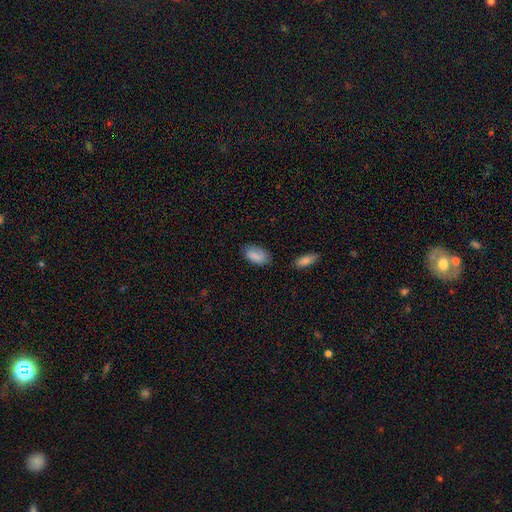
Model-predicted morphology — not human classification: A smooth galaxy with no disk features (82%) that is in between round and cigar-shaped (93%).

Vote fractions:
- Smooth or featured? smooth: 82% / featured or disk: 11% / star or artifact: 7%
- How rounded? in between: 93% / round: 4% / cigar-shaped: 3%
- Merging? none: 71% / minor disturbance: 21% / major disturbance: 5% / merger: 3%